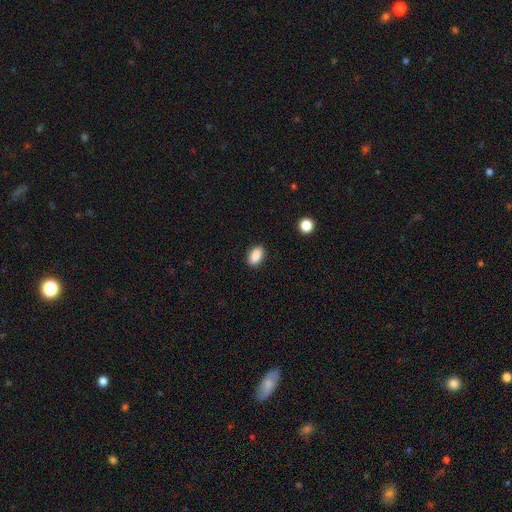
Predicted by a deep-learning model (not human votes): smooth-or-featured: smooth: 88% | star or artifact: 8% | featured or disk: 3%
  how-rounded: in between: 90% | round: 7% | cigar-shaped: 3%
  merging: none: 88% | minor disturbance: 9% | major disturbance: 2% | merger: 1%